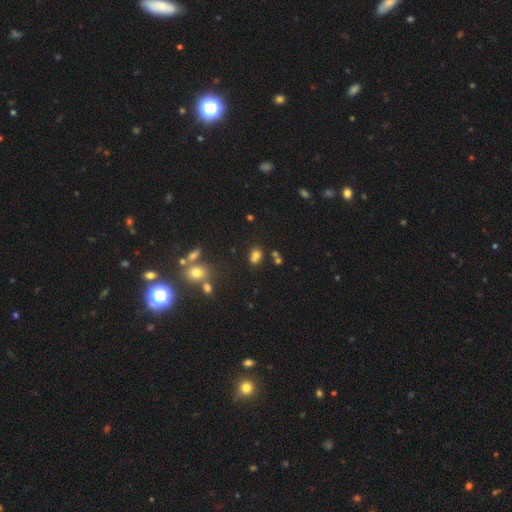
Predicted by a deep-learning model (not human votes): This appears to be a smooth galaxy with no disk features (71%) that is in between round and cigar-shaped (57%). Merging: none (57%).